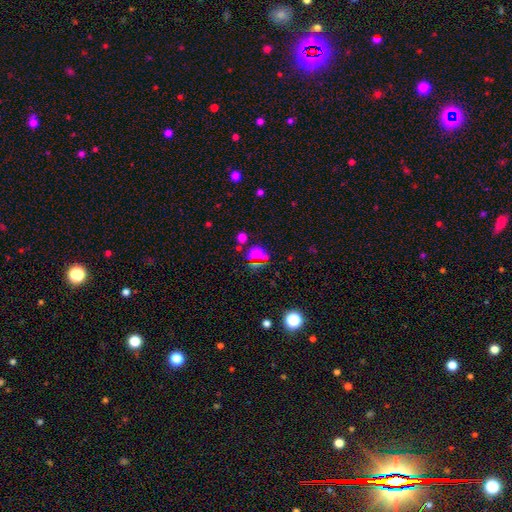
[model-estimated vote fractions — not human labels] This appears to be a smooth galaxy with no disk features (48%). Merging: none (73%).